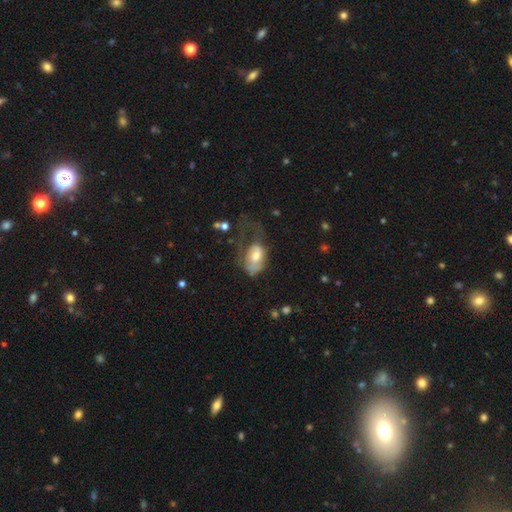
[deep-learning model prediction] This is possibly a smooth galaxy (55%). How rounded: clearly in between (86%). Merging: possibly major disturbance (56%).